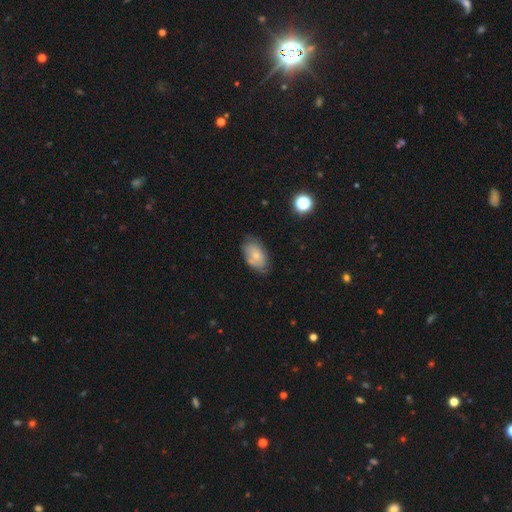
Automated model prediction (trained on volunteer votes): A smooth galaxy with no disk features (72%) that is in between round and cigar-shaped (93%).

Vote fractions:
- Smooth or featured? smooth: 72% / featured or disk: 20% / star or artifact: 8%
- How rounded? in between: 93% / round: 5% / cigar-shaped: 2%
- Merging? none: 69% / minor disturbance: 24% / major disturbance: 5% / merger: 3%